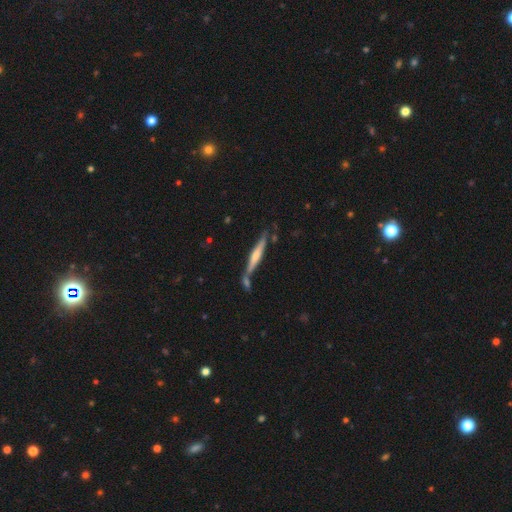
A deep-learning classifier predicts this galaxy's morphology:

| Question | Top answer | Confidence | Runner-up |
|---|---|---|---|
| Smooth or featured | featured or disk | 57% | smooth (37%) |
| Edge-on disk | yes | 95% | no (5%) |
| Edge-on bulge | rounded | 61% | none (22%) |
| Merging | none | 65% | merger (17%) |